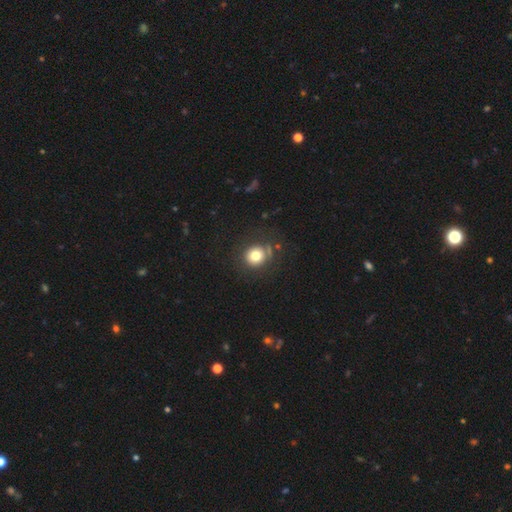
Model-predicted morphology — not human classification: Smooth or featured: smooth — 76% (featured or disk — 12%)
How rounded: round — 88% (in between — 11%)
Merging: none — 77% (minor disturbance — 13%)